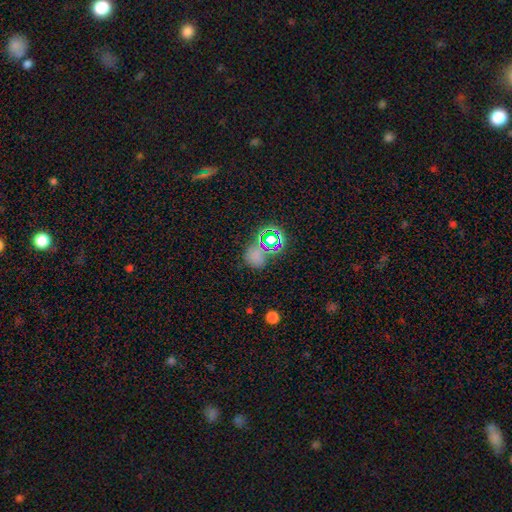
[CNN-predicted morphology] type=smooth (58%); roundness=round (69%); merging=none (68%).